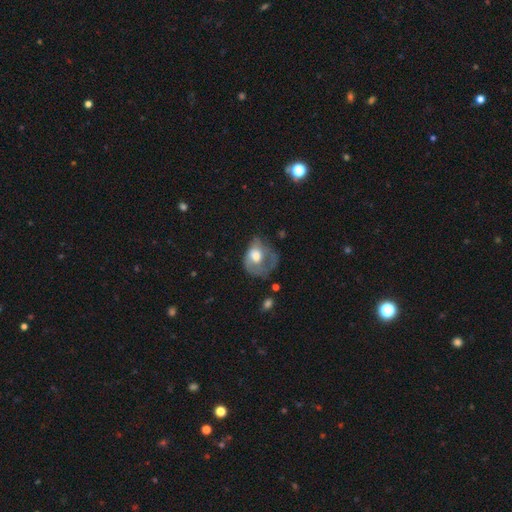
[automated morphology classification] This appears to be a smooth galaxy with no disk features (50%). Merging: major disturbance (49%).